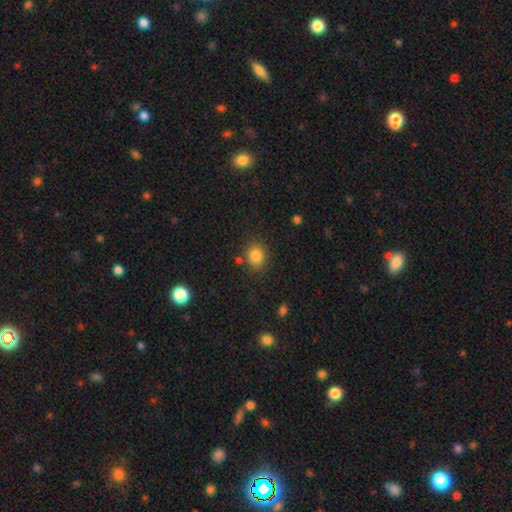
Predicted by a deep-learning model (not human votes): smooth_or_featured: smooth (p=0.84) [alt: star or artifact p=0.11]
how_rounded: round (p=0.74) [alt: in between p=0.26]
merging: none (p=0.83) [alt: minor disturbance p=0.10]